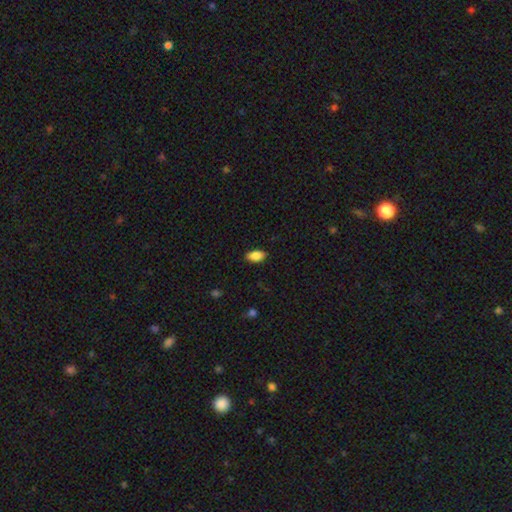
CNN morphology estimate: smooth_or_featured: smooth (p=0.87) [alt: star or artifact p=0.08]
how_rounded: in between (p=0.92) [alt: round p=0.05]
merging: none (p=0.86) [alt: minor disturbance p=0.11]